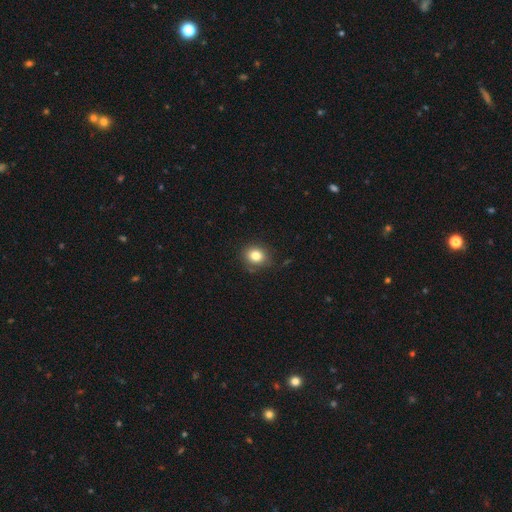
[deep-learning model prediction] Overall: smooth (82%). How rounded: round (71%). Merging: none (81%).